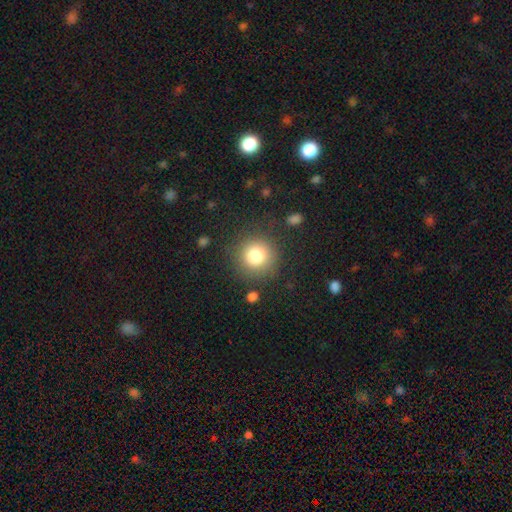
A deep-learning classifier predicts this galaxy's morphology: type=smooth (80%); roundness=round (93%); merging=none (83%).